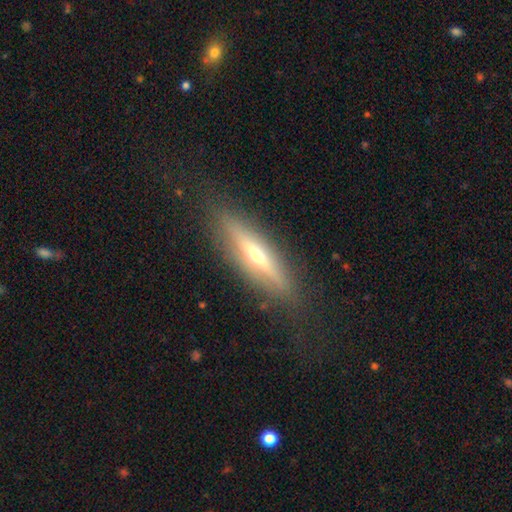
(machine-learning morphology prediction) Smooth or featured?
  - featured or disk: 66% *
  - smooth: 27%
  - star or artifact: 7%
Edge-on disk?
  - yes: 90% *
  - no: 10%
Edge-on bulge?
  - rounded: 88% *
  - none: 8%
  - boxy: 3%
Merging?
  - none: 82% *
  - minor disturbance: 13%
  - major disturbance: 5%
  - merger: 1%